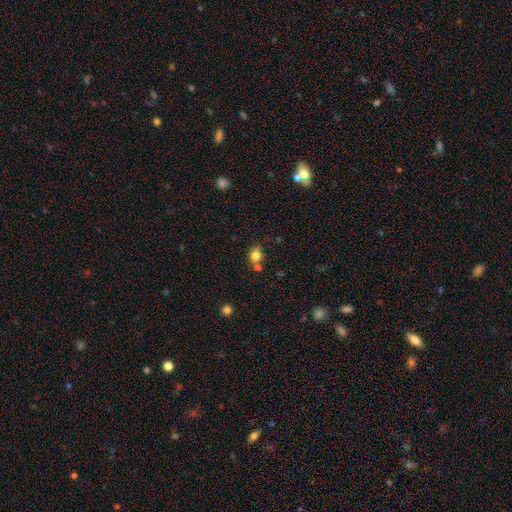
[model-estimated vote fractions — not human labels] smooth 81%, star or artifact 12%, featured or disk 8%. Down the decision tree: how rounded — round (50%); merging — none (59%).